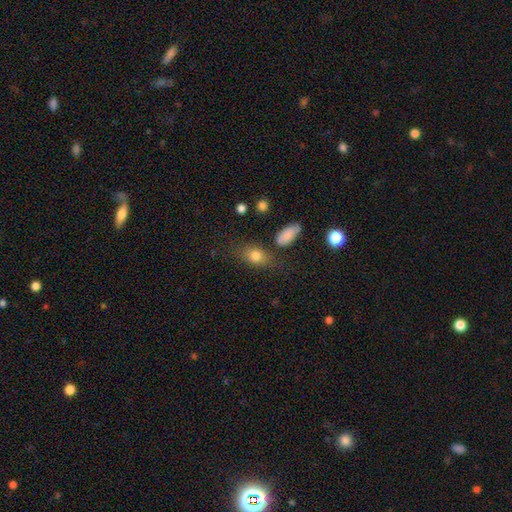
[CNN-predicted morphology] A smooth galaxy with no disk features (77%) that is in between round and cigar-shaped (71%).

Vote fractions:
- Smooth or featured? smooth: 77% / featured or disk: 12% / star or artifact: 11%
- How rounded? in between: 71% / round: 24% / cigar-shaped: 5%
- Merging? none: 65% / minor disturbance: 19% / major disturbance: 9% / merger: 7%